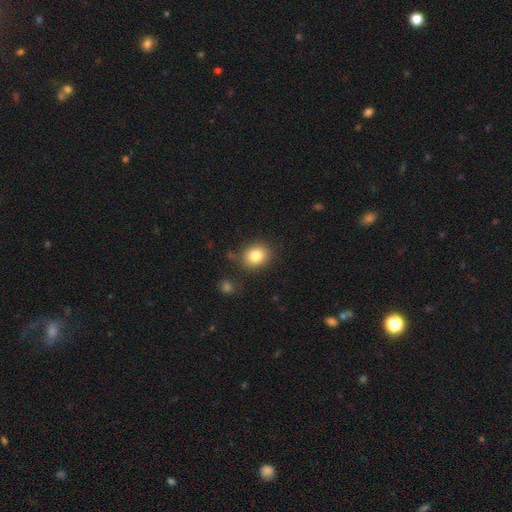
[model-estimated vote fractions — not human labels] This appears to be a smooth galaxy with no disk features (82%) that is round (64%). Merging: none (81%).